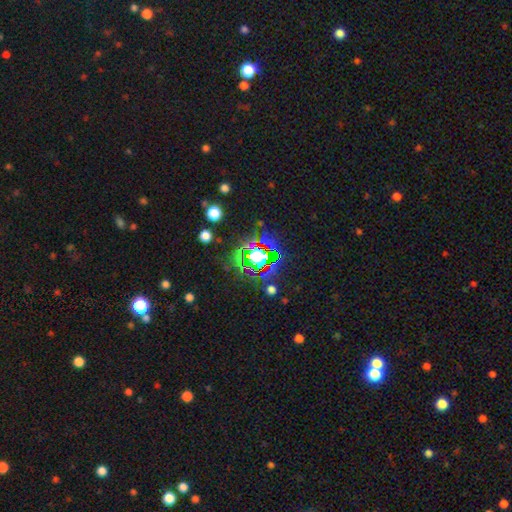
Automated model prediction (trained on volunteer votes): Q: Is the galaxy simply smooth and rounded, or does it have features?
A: star or artifact — 67%.